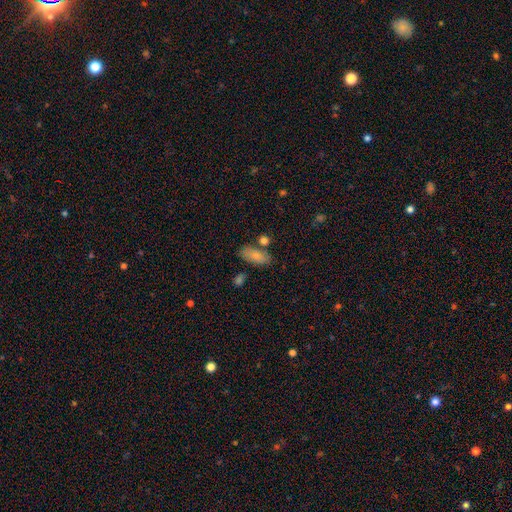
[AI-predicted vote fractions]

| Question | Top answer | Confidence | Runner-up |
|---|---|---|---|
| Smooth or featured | smooth | 81% | featured or disk (12%) |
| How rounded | in between | 89% | cigar-shaped (8%) |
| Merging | none | 69% | minor disturbance (16%) |